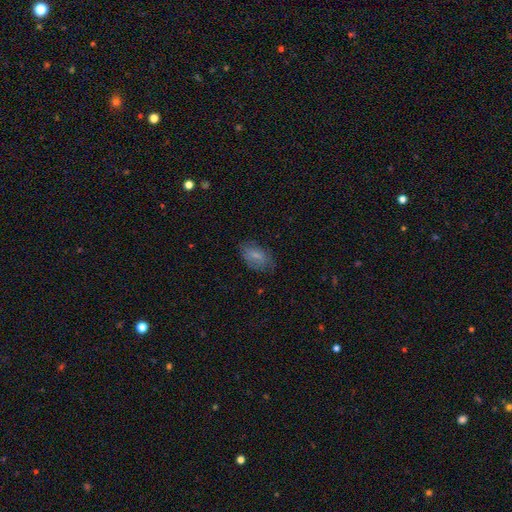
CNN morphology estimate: Smooth or featured?
  - smooth: 72% *
  - featured or disk: 20%
  - star or artifact: 8%
How rounded?
  - in between: 90% *
  - round: 7%
  - cigar-shaped: 3%
Merging?
  - none: 71% *
  - minor disturbance: 21%
  - major disturbance: 6%
  - merger: 1%